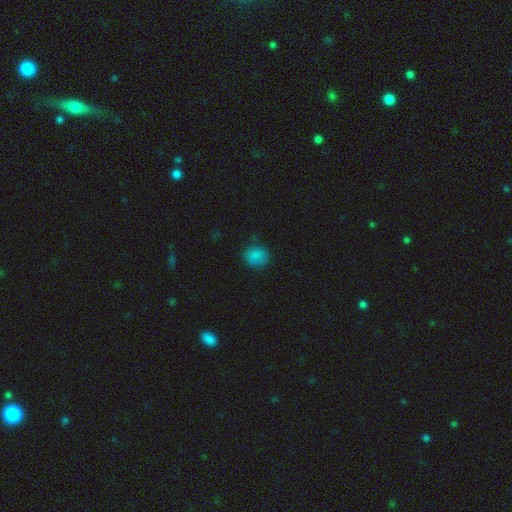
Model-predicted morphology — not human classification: This appears to be a smooth galaxy with no disk features (83%) that is round (74%). Merging: none (79%).